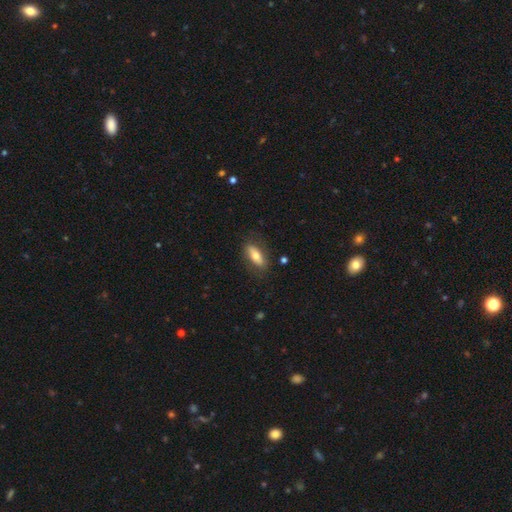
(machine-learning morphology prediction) Q: Smooth or featured?
A: smooth (64%); runner-up: featured or disk (30%)
Q: How rounded?
A: in between (70%); runner-up: cigar-shaped (27%)
Q: Merging?
A: none (78%); runner-up: minor disturbance (15%)